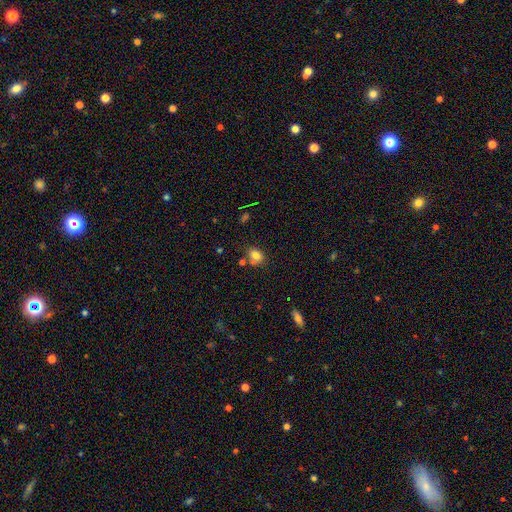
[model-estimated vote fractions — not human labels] Overall: smooth (78%). How rounded: in between (56%; round 43%). Merging: none (62%).